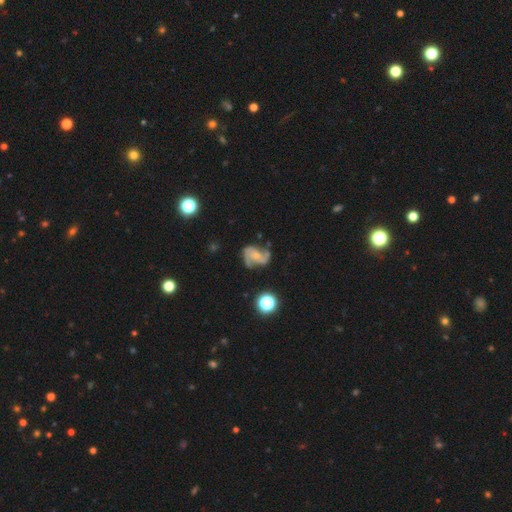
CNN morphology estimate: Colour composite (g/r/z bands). It shows a featured or disk galaxy (79%) with no bar (60%), 2 (71%) medium (47%) spiral arms (94%) and a small central bulge (66%). Merging: none (54%).